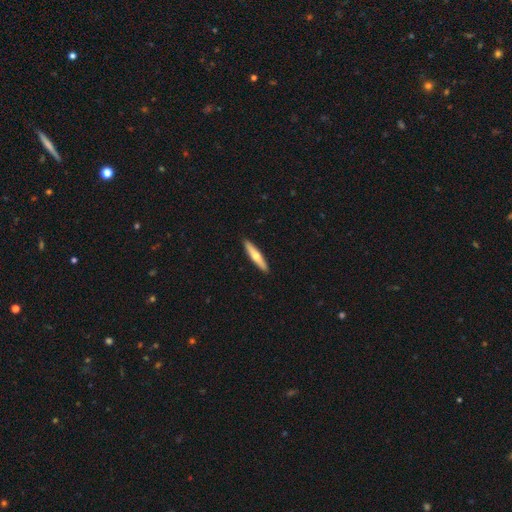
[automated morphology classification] This is possibly a smooth galaxy (52%). How rounded: clearly cigar-shaped (87%). Merging: clearly none (92%).